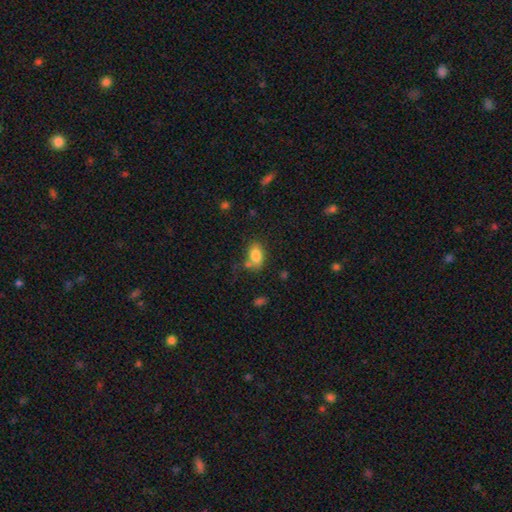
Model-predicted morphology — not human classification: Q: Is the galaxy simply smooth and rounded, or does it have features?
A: smooth — 83%.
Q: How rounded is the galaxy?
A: in between — 88%.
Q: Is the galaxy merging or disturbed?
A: none — 64%.